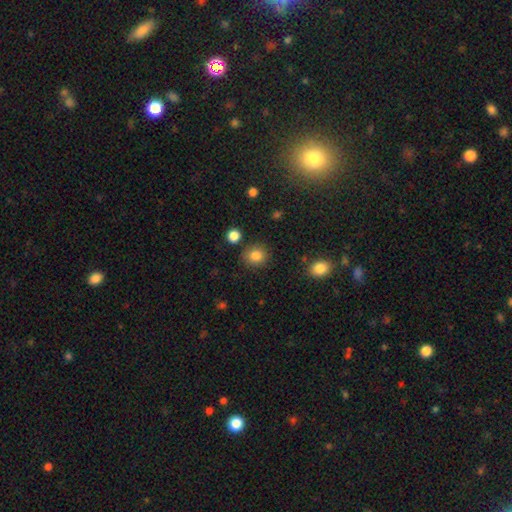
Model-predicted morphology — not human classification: Smooth or featured: smooth — 84% (star or artifact — 10%)
How rounded: round — 83% (in between — 16%)
Merging: none — 85% (minor disturbance — 9%)